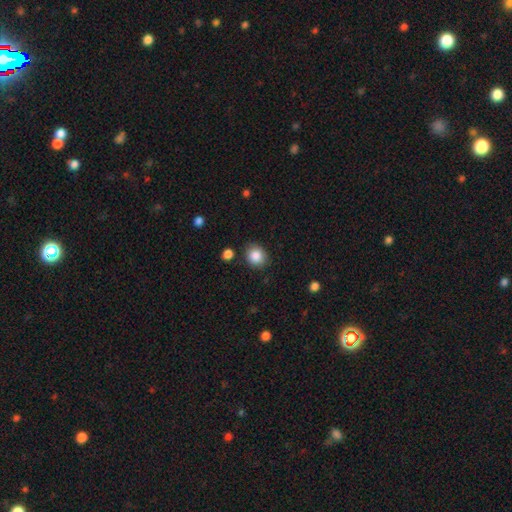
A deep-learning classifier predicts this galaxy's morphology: Q: Smooth or featured?
A: smooth (87%); runner-up: star or artifact (9%)
Q: How rounded?
A: round (71%); runner-up: in between (28%)
Q: Merging?
A: none (84%); runner-up: minor disturbance (10%)